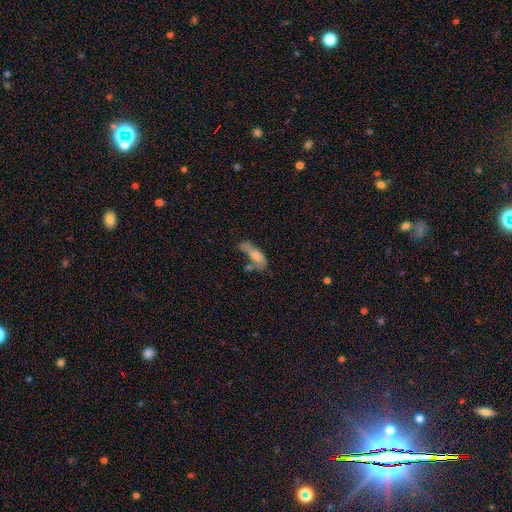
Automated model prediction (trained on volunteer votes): smooth-or-featured: smooth: 68% | featured or disk: 23% | star or artifact: 9%
  how-rounded: in between: 66% | cigar-shaped: 31% | round: 3%
  merging: none: 29% (tied) | merger: 29% (tied) | minor disturbance: 22% | major disturbance: 20%